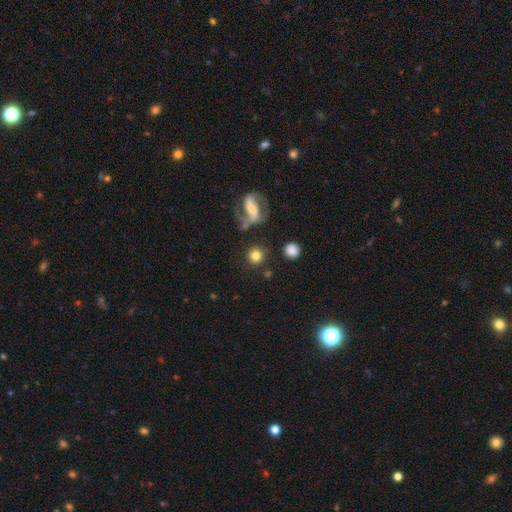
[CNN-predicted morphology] Q: Smooth or featured?
A: smooth (77%); runner-up: featured or disk (13%)
Q: How rounded?
A: round (93%); runner-up: in between (6%)
Q: Merging?
A: none (80%); runner-up: minor disturbance (8%)